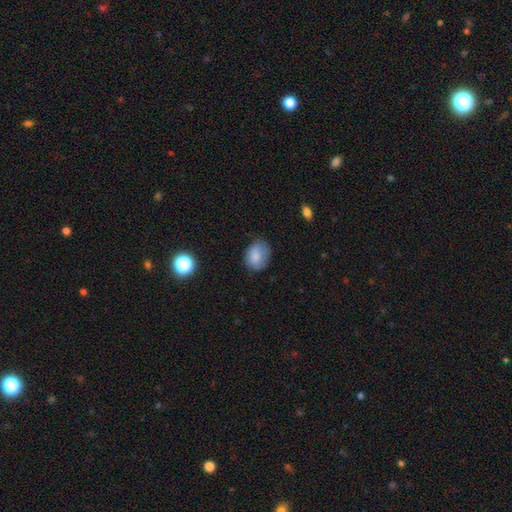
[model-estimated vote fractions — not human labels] smooth_or_featured: smooth (p=0.80) [alt: featured or disk p=0.11]
how_rounded: in between (p=0.62) [alt: round p=0.37]
merging: none (p=0.65) [alt: minor disturbance p=0.27]